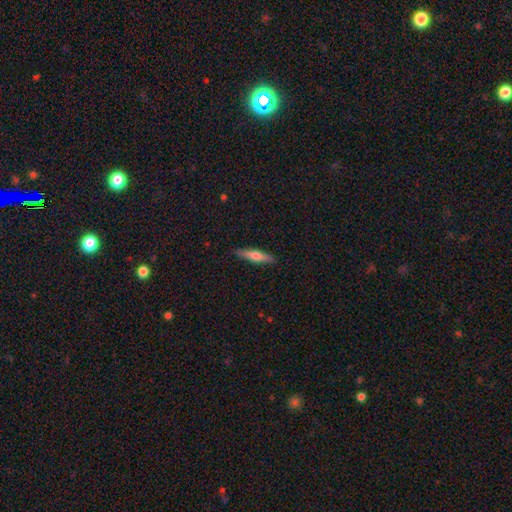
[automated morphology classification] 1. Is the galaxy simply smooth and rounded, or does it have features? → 55% smooth, 39% featured or disk, 6% star or artifact.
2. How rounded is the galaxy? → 83% cigar-shaped, 15% in between, 2% round.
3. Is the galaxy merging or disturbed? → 89% none, 8% minor disturbance, 2% major disturbance, 1% merger.